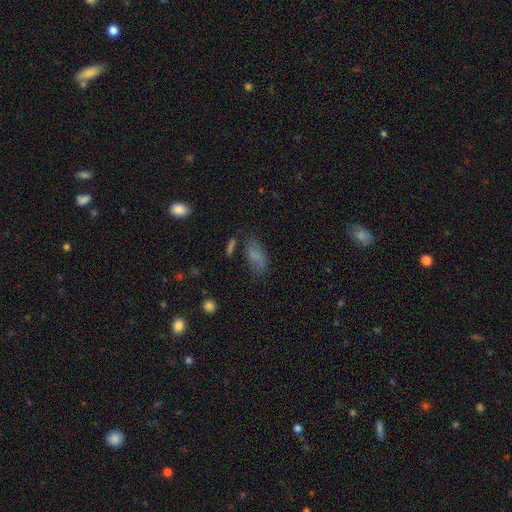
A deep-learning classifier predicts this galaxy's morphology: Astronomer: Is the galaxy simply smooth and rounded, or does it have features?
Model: smooth — 74%.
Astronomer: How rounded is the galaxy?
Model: in between — 84%.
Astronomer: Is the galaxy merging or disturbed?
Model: none — 59%.